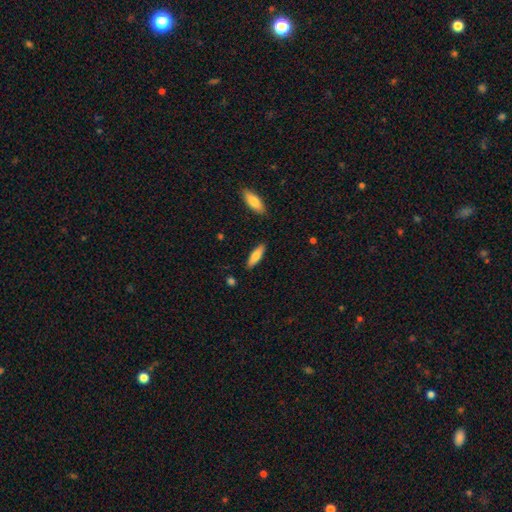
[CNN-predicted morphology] The model was most divided on "how rounded": cigar-shaped: 50%, in between: 48%, round: 2%. More confident: merging — none (87%); smooth or featured — smooth (76%).